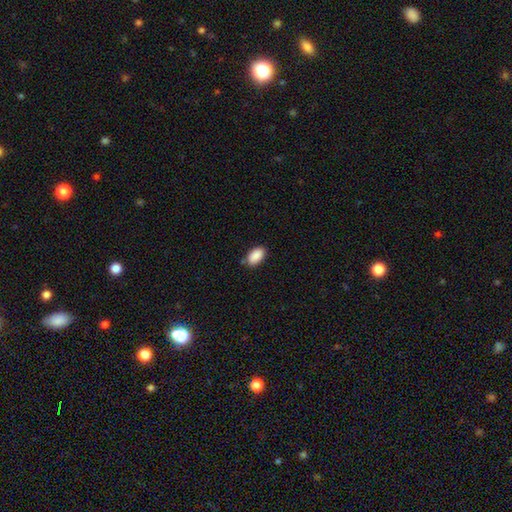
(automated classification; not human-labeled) Q: Smooth or featured?
A: smooth (90%); runner-up: star or artifact (7%)
Q: How rounded?
A: in between (93%); runner-up: round (6%)
Q: Merging?
A: none (81%); runner-up: minor disturbance (14%)